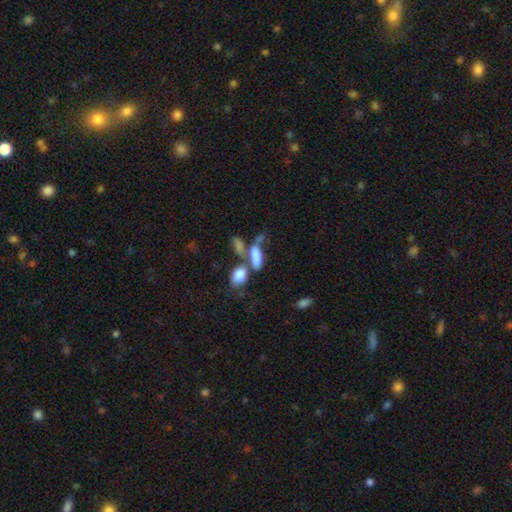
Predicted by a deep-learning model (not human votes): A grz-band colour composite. It shows a smooth galaxy with no disk features (74%) that is in between round and cigar-shaped (77%). Merging: merger (51%).